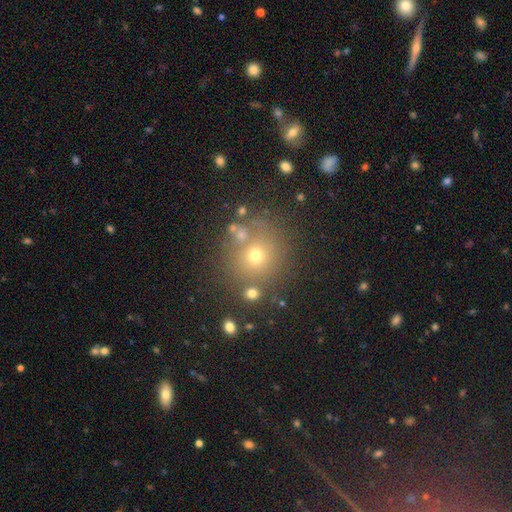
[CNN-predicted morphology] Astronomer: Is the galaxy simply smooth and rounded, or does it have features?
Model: smooth — 64%.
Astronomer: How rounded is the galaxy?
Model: round — 88%.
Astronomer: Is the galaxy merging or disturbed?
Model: none — 74%.